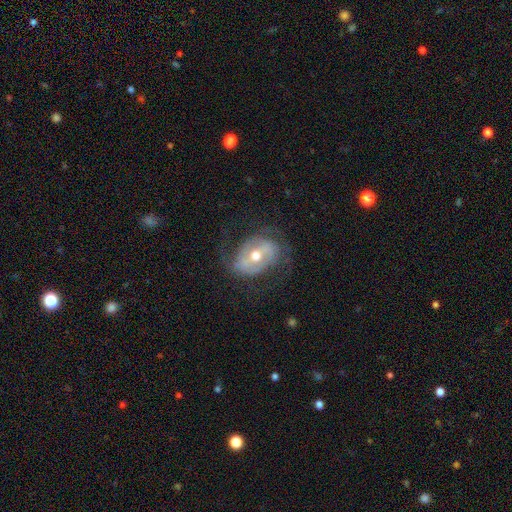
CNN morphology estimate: Smooth or featured?
  - featured or disk: 74% *
  - smooth: 20%
  - star or artifact: 7%
Edge-on disk?
  - no: 95% *
  - yes: 5%
Bar?
  - weak: 39% *
  - no: 31%
  - strong: 30%
Spiral arms?
  - yes: 77% *
  - no: 23%
Spiral winding?
  - medium: 41% *
  - loose: 31%
  - tight: 28%
Spiral arm count?
  - 2: 69% *
  - can't tell: 17%
  - 1: 6%
  - 3: 5%
  - 4: 2%
  - more than 4: 2%
Bulge size?
  - moderate: 74% *
  - small: 19%
  - large: 5%
  - dominant: 1%
  - none: 1%
Merging?
  - none: 63% *
  - minor disturbance: 19%
  - major disturbance: 16%
  - merger: 1%